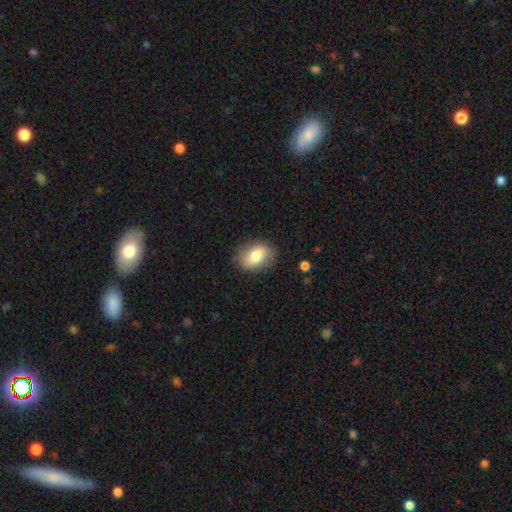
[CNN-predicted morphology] Smooth or featured? Predicted: smooth (p=0.78). How rounded? Predicted: in between (p=0.80). Merging? Predicted: none (p=0.82).